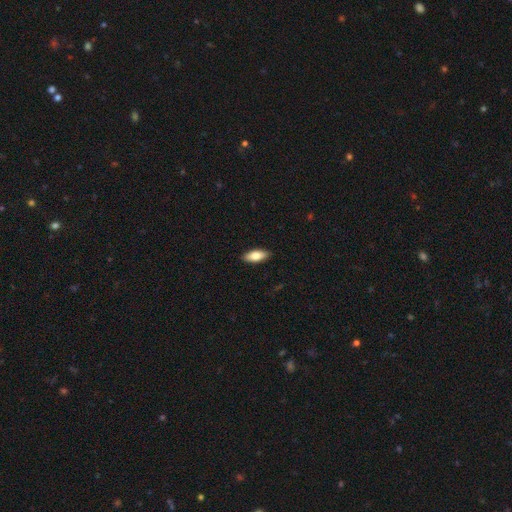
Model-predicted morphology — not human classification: The model was most divided on "how rounded": in between: 79%, cigar-shaped: 19%, round: 2%. More confident: merging — none (90%); smooth or featured — smooth (78%).